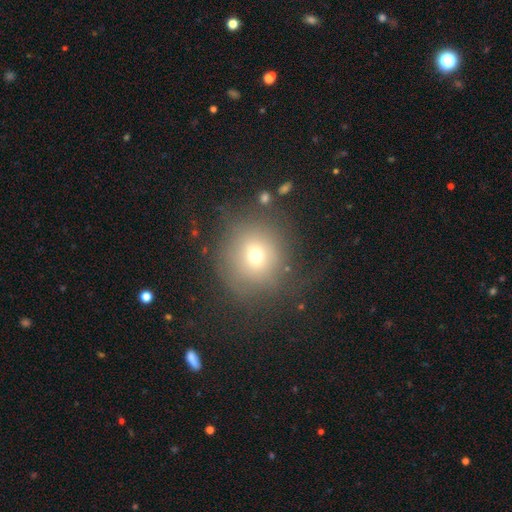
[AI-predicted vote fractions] Morphology: type=smooth (66%); roundness=round (91%); merging=none (69%).